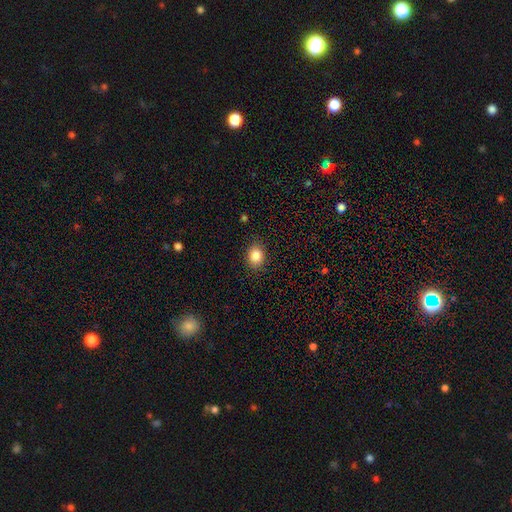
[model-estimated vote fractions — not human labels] Overall: smooth (86%). How rounded: in between (53%; round 46%). Merging: none (87%).